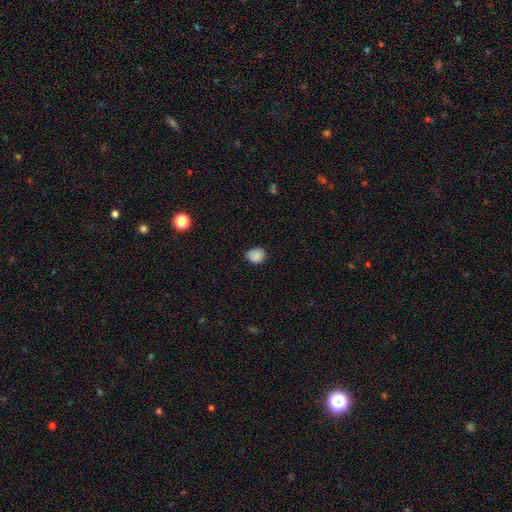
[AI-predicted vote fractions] Smooth or featured? smooth (85%)
How rounded? round (67%)
Merging? none (78%)